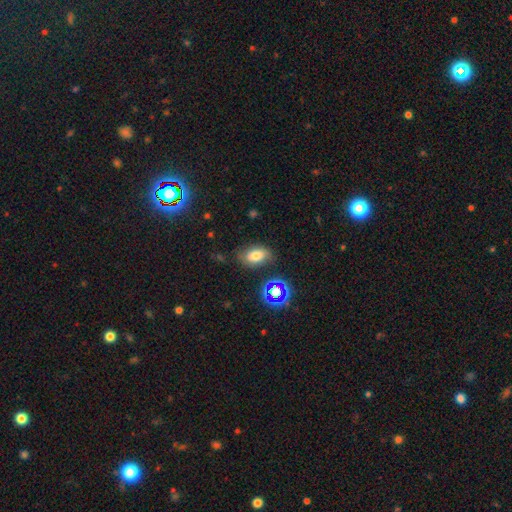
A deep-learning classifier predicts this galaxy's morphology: A smooth galaxy with no disk features (68%) that is in between round and cigar-shaped (85%). Merging: none (74%).